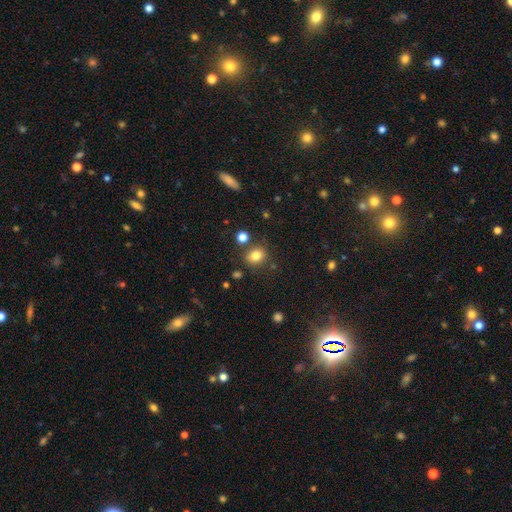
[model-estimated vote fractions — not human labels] A smooth galaxy with no disk features (80%) that is round (64%).

Vote fractions:
- Smooth or featured? smooth: 80% / star or artifact: 13% / featured or disk: 7%
- How rounded? round: 64% / in between: 35% / cigar-shaped: 1%
- Merging? none: 78% / minor disturbance: 11% / merger: 7% / major disturbance: 4%